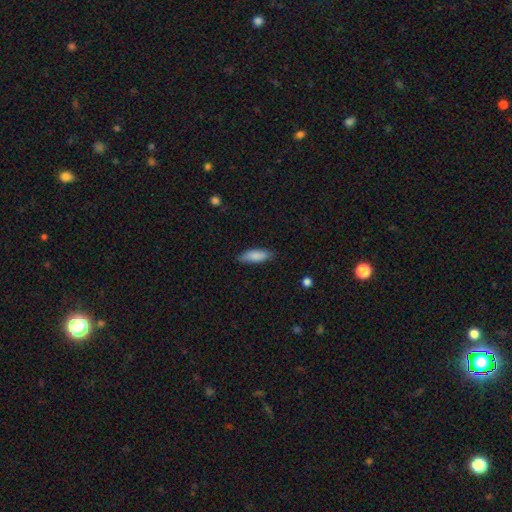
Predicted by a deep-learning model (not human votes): This is clearly a smooth galaxy (86%). How rounded: likely in between (61%). Merging: clearly none (81%).